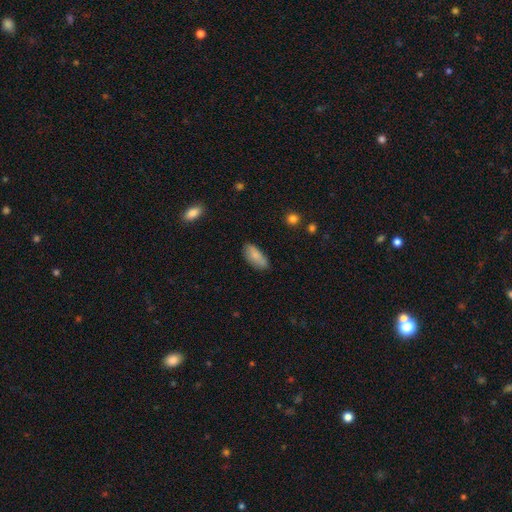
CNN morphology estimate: Smooth or featured: smooth — 81% (featured or disk — 13%)
How rounded: in between — 86% (cigar-shaped — 11%)
Merging: none — 77% (minor disturbance — 18%)